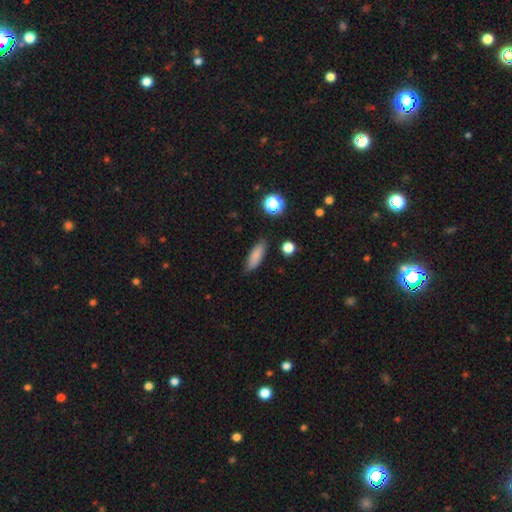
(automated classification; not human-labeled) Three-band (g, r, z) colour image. It shows a smooth galaxy with no disk features (83%) that is in between round and cigar-shaped (60%). Merging: none (83%).